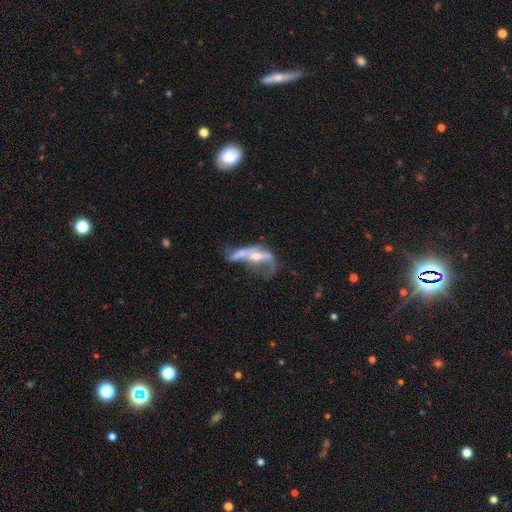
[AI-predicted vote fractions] Smooth or featured: featured or disk — 64% (smooth — 26%)
Edge-on disk: no — 75% (yes — 25%)
Merging: major disturbance — 44% (merger — 24%)